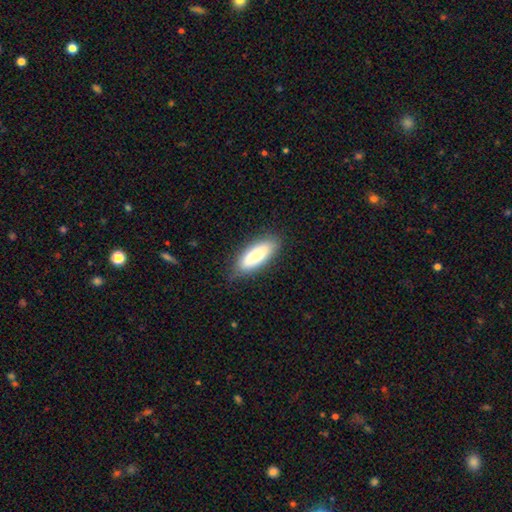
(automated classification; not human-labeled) A smooth galaxy with no disk features (78%) that is in between round and cigar-shaped (73%). Merging: none (82%).